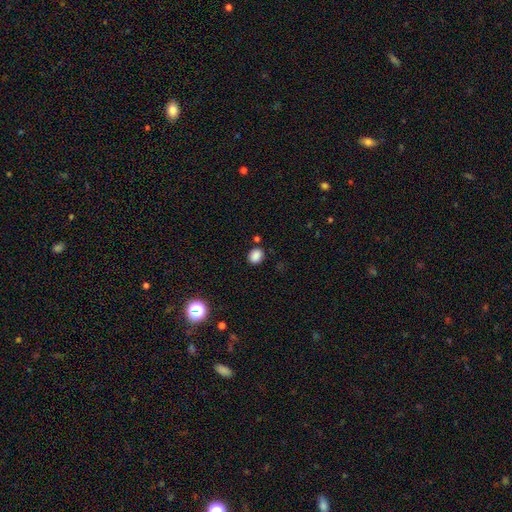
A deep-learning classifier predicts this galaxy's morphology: Smooth or featured? Predicted: smooth (p=0.85). How rounded? Predicted: round (p=0.60). Merging? Predicted: none (p=0.82).